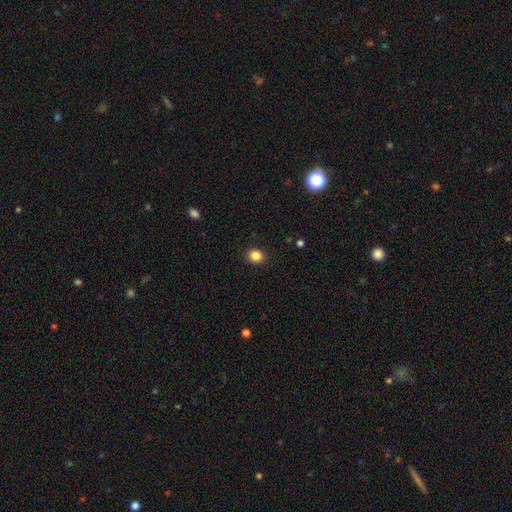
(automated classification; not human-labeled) Morphology: type=smooth (85%); roundness=round (69%); merging=none (91%).